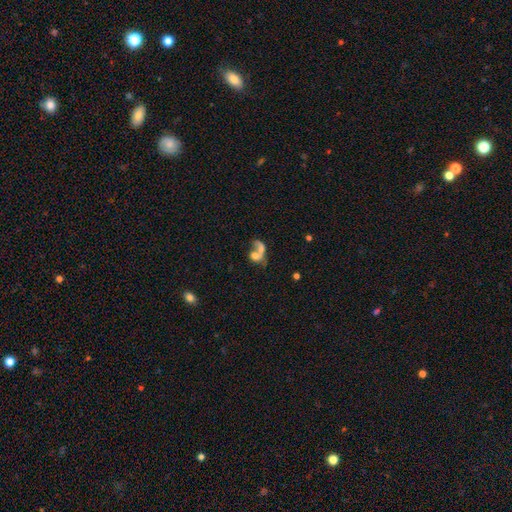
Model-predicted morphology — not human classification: This is possibly a smooth galaxy (51%). How rounded: possibly in between (59%). Merging: likely merger (61%).